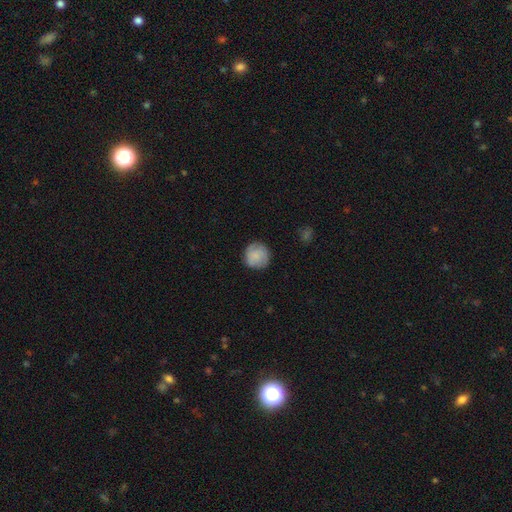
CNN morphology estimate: This appears to be a smooth galaxy with no disk features (78%) that is round (92%). Merging: none (82%).